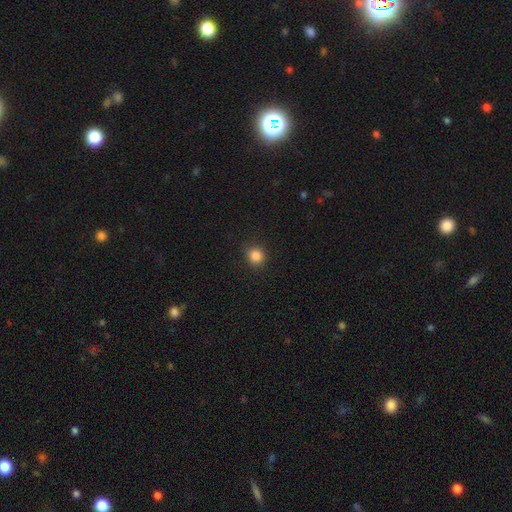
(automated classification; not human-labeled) smooth_or_featured: smooth (p=0.85) [alt: star or artifact p=0.12]
how_rounded: round (p=0.88) [alt: in between p=0.11]
merging: none (p=0.88) [alt: minor disturbance p=0.09]